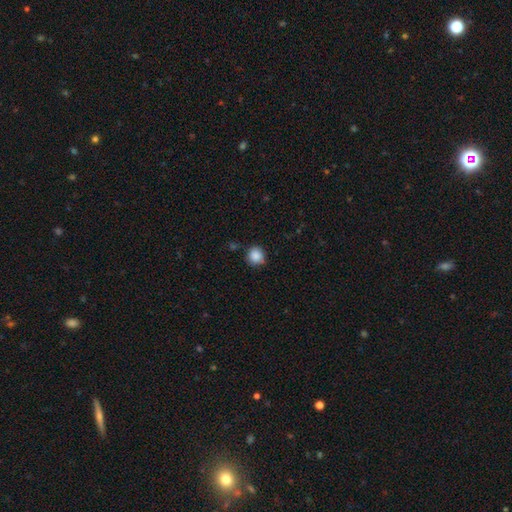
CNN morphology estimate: The model was most divided on "merging": none: 79%, minor disturbance: 15%, major disturbance: 3%, merger: 3%. More confident: how rounded — round (90%); smooth or featured — smooth (88%).